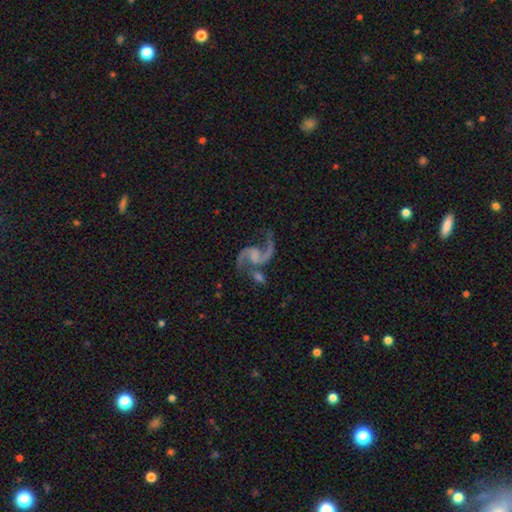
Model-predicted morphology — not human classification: A featured or disk galaxy (91%) with no bar (47%), 2 (93%) loose (64%) spiral arms (98%) and no central bulge (54%). Merging: none (56%).